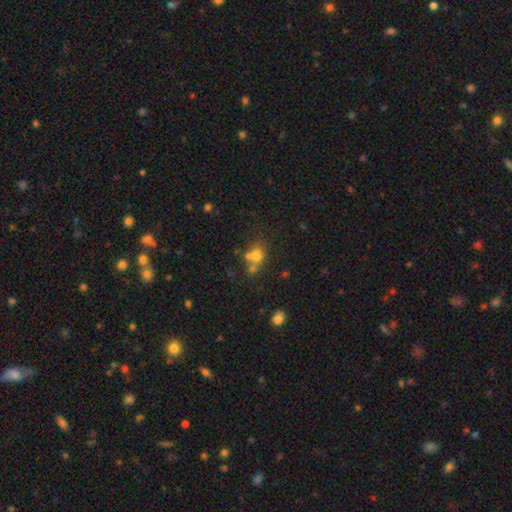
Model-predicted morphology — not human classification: A smooth galaxy with no disk features (68%) that is round (66%). Merging: none (44%).